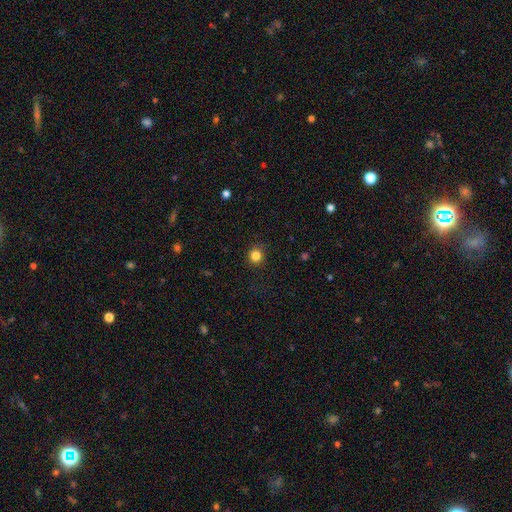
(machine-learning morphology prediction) Smooth or featured?
  - smooth: 84% *
  - star or artifact: 12%
  - featured or disk: 4%
How rounded?
  - round: 90% *
  - in between: 9%
  - cigar-shaped: 1%
Merging?
  - none: 83% *
  - minor disturbance: 12%
  - major disturbance: 4%
  - merger: 1%